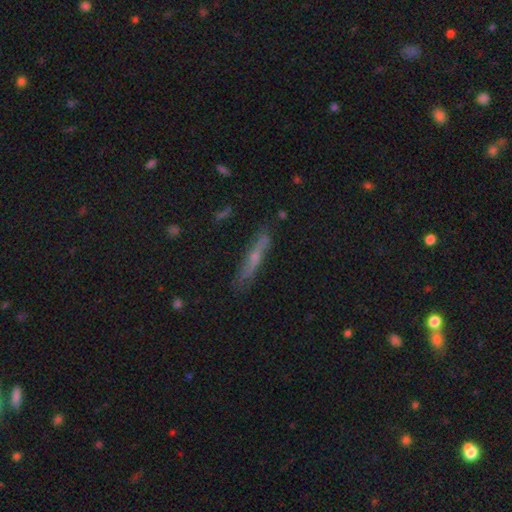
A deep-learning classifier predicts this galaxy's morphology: featured or disk 51%, smooth 39%, star or artifact 10%. Down the decision tree: edge-on disk — yes (85%); merging — none (80%).